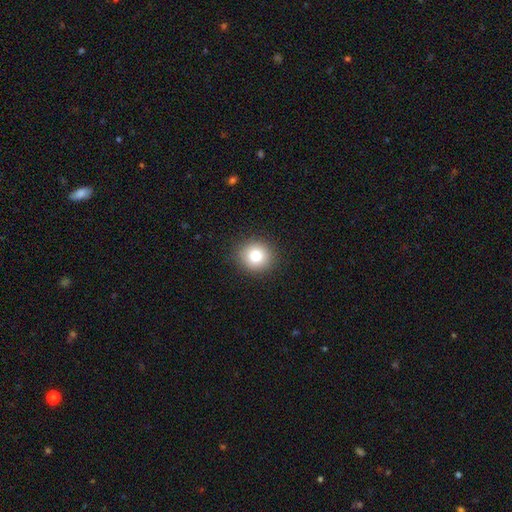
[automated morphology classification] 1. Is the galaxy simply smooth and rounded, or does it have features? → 80% smooth, 11% star or artifact, 9% featured or disk.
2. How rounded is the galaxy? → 89% round, 10% in between, 1% cigar-shaped.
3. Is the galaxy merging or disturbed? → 90% none, 7% minor disturbance, 2% major disturbance, 1% merger.